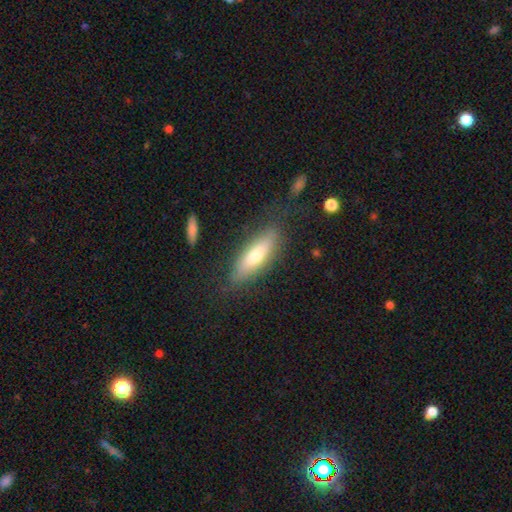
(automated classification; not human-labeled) smooth 60%, featured or disk 34%, star or artifact 7%. Down the decision tree: how rounded — in between (53%); merging — none (77%).